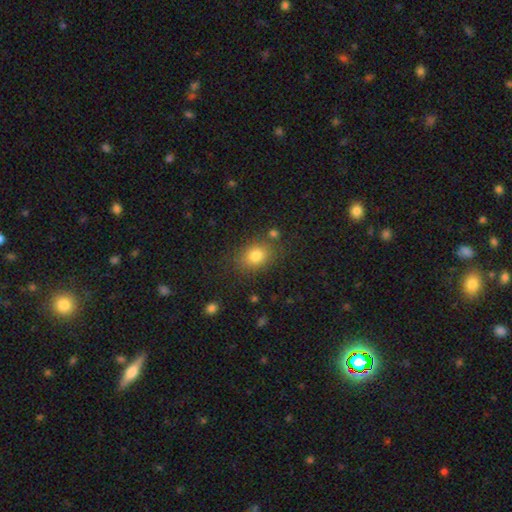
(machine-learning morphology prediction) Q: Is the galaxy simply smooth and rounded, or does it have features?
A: smooth — 80%.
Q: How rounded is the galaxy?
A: in between — 59%.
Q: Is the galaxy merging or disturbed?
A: none — 78%.